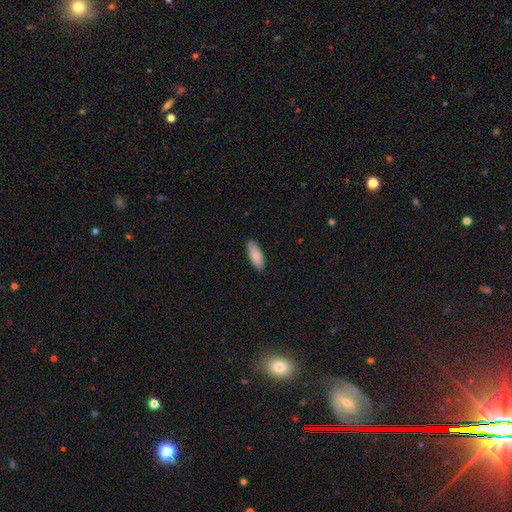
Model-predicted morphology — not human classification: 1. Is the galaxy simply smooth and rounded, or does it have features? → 86% smooth, 9% featured or disk, 6% star or artifact.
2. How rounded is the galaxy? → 79% in between, 19% cigar-shaped, 2% round.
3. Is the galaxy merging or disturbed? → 86% none, 11% minor disturbance, 2% major disturbance, 1% merger.